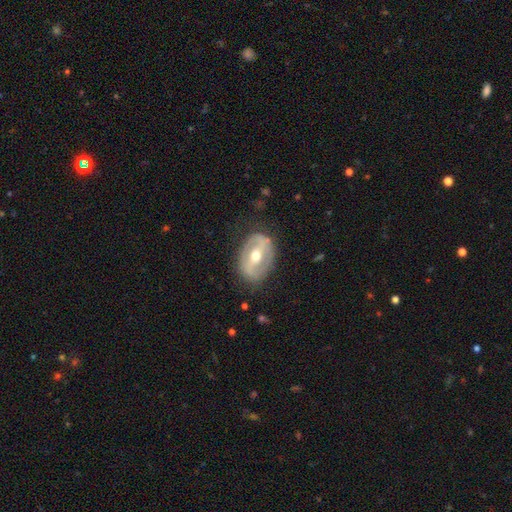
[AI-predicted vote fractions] Smooth or featured: featured or disk — 71% (smooth — 23%)
Edge-on disk: no — 93% (yes — 7%)
Bar: strong — 49% (weak — 32%)
Spiral arms: no — 54% (yes — 46%)
Bulge size: moderate — 74% (small — 19%)
Merging: none — 78% (minor disturbance — 15%)